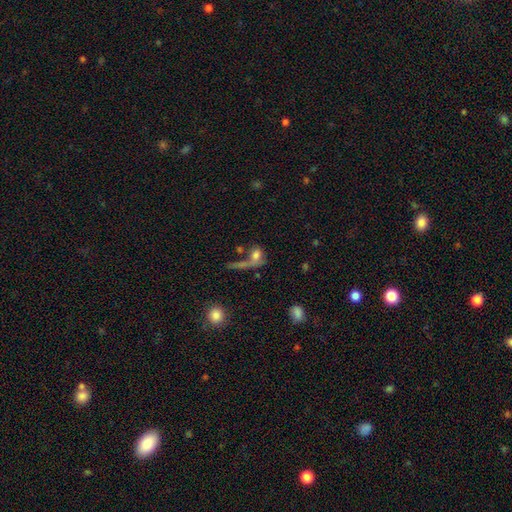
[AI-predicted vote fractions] Smooth or featured? smooth (66%)
How rounded? in between (49%)
Merging? none (34%)